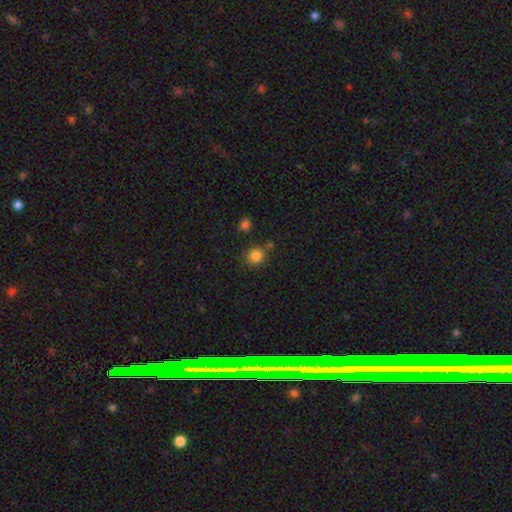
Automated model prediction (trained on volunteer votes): Smooth or featured? smooth (84%)
How rounded? round (85%)
Merging? none (77%)